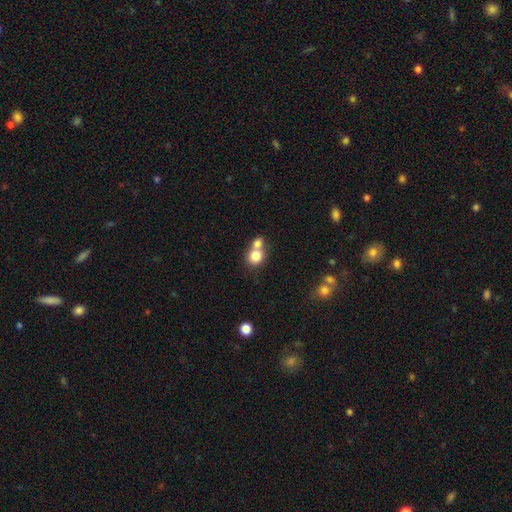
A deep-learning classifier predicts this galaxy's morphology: smooth_or_featured: smooth (p=0.79) [alt: featured or disk p=0.11]
how_rounded: round (p=0.74) [alt: in between p=0.25]
merging: merger (p=0.57) [alt: none p=0.34]